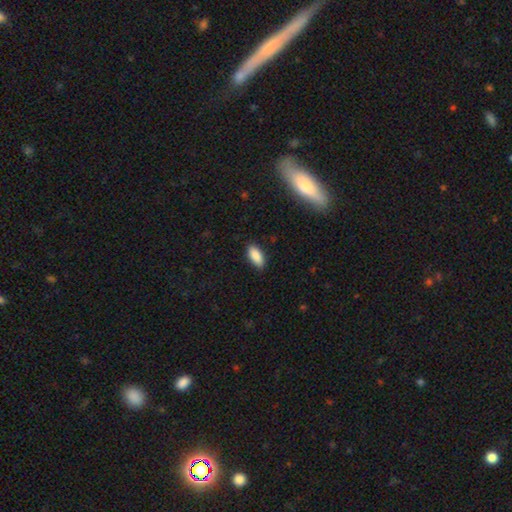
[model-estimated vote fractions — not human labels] Smooth or featured: smooth — 88% (star or artifact — 7%)
How rounded: in between — 83% (cigar-shaped — 15%)
Merging: none — 87% (minor disturbance — 10%)